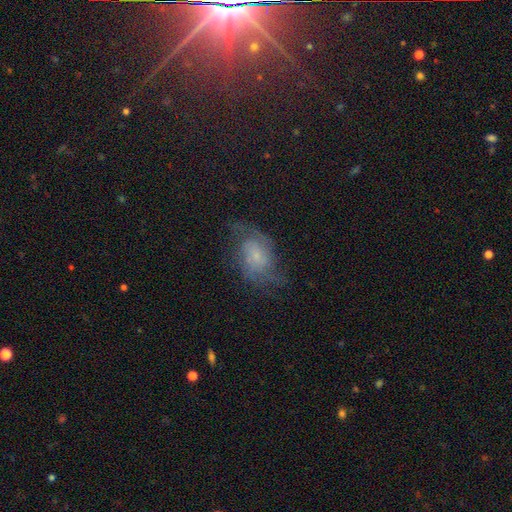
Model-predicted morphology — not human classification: smooth_or_featured: featured or disk (p=0.62) [alt: smooth p=0.22]
disk_edge_on: no (p=0.97) [alt: yes p=0.03]
bar: no (p=0.64) [alt: weak p=0.31]
has_spiral_arms: yes (p=0.89) [alt: no p=0.11]
spiral_winding: medium (p=0.46) [alt: loose p=0.29]
spiral_arm_count: 2 (p=0.57) [alt: can't tell p=0.22]
bulge_size: small (p=0.63) [alt: moderate p=0.19]
merging: none (p=0.60) [alt: minor disturbance p=0.22]